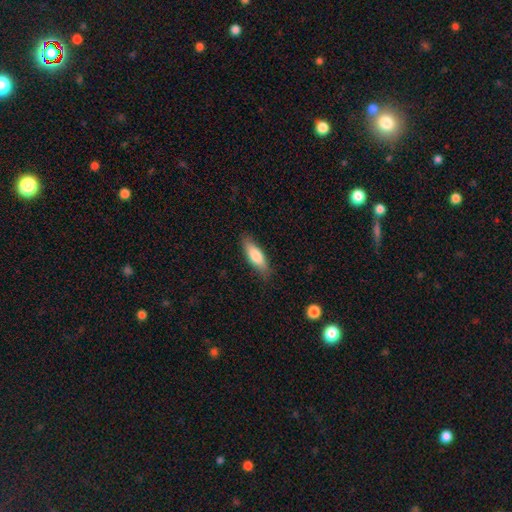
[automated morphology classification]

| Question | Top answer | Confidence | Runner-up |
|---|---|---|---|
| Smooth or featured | smooth | 78% | featured or disk (17%) |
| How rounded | in between | 51% | cigar-shaped (47%) |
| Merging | none | 84% | minor disturbance (12%) |